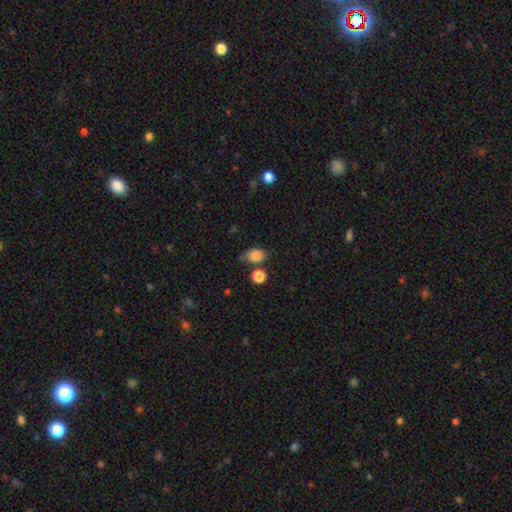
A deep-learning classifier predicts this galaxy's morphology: smooth_or_featured: smooth (p=0.84) [alt: star or artifact p=0.10]
how_rounded: in between (p=0.64) [alt: round p=0.35]
merging: none (p=0.59) [alt: minor disturbance p=0.23]